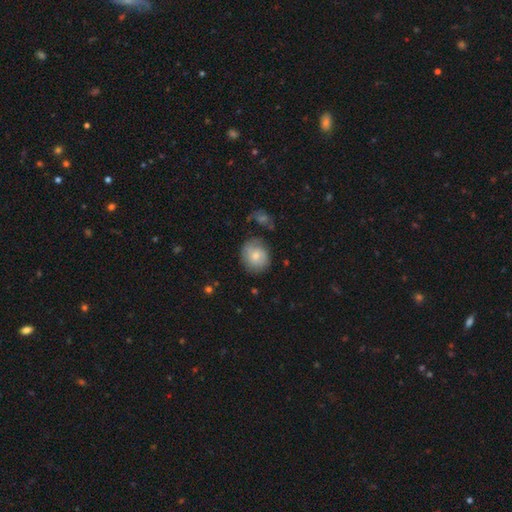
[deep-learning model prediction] A smooth galaxy with no disk features (68%) that is round (75%).

Vote fractions:
- Smooth or featured? smooth: 68% / featured or disk: 24% / star or artifact: 7%
- How rounded? round: 75% / in between: 24% / cigar-shaped: 1%
- Merging? none: 71% / minor disturbance: 20% / major disturbance: 6% / merger: 4%